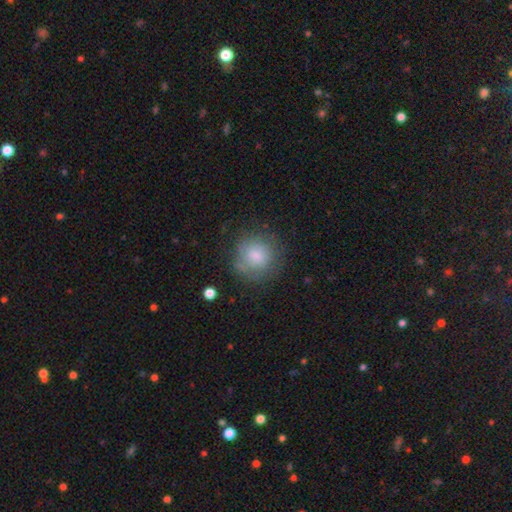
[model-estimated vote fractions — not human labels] smooth-or-featured: smooth: 71% | featured or disk: 21% | star or artifact: 8%
  how-rounded: round: 88% | in between: 11% | cigar-shaped: 1%
  merging: none: 68% | minor disturbance: 19% | major disturbance: 10% | merger: 3%